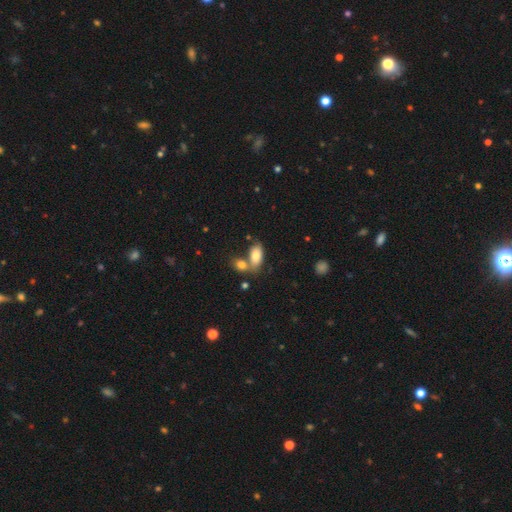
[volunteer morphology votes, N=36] A smooth galaxy with no disk features (81%) that is in between round and cigar-shaped (97%). Merging: none (46%).